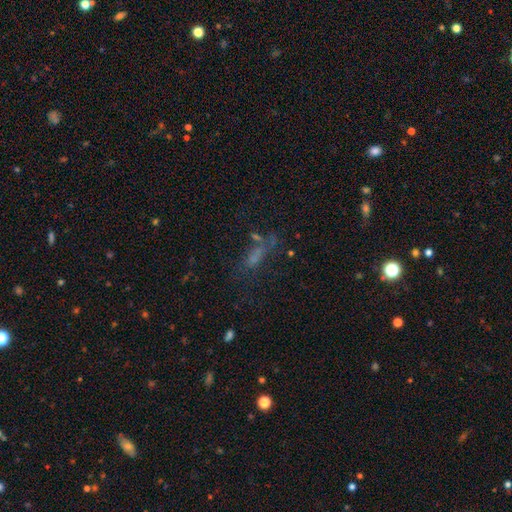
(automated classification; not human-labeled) A smooth galaxy with no disk features (46%). Merging: none (44%).